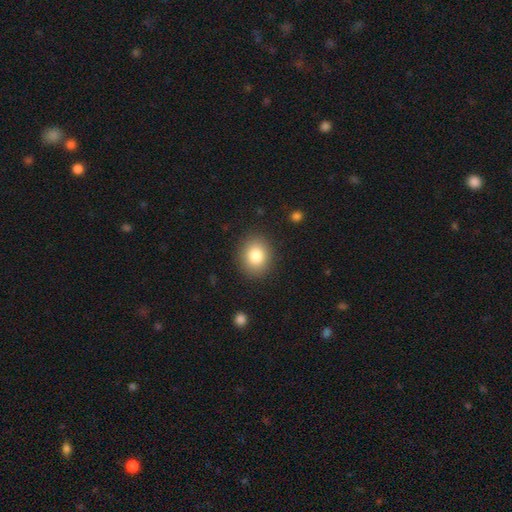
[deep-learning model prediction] A smooth galaxy with no disk features (82%) that is round (62%).

Vote fractions:
- Smooth or featured? smooth: 82% / star or artifact: 9% / featured or disk: 8%
- How rounded? round: 62% / in between: 37% / cigar-shaped: 1%
- Merging? none: 89% / minor disturbance: 7% / major disturbance: 3% / merger: 1%